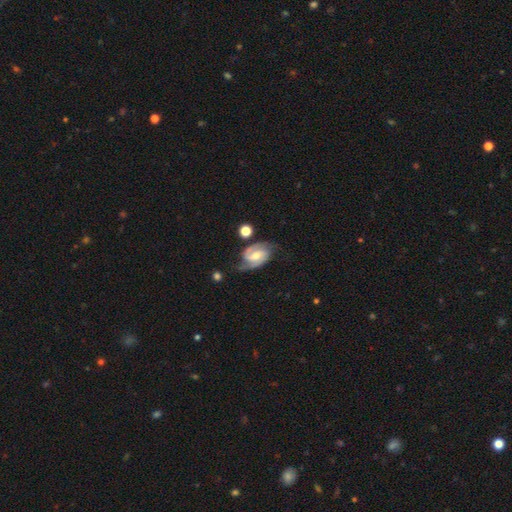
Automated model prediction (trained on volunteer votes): Smooth or featured?
  - featured or disk: 87% *
  - smooth: 8%
  - star or artifact: 5%
Edge-on disk?
  - no: 97% *
  - yes: 3%
Bar?
  - weak: 48% *
  - no: 28%
  - strong: 24%
Spiral arms?
  - yes: 98% *
  - no: 2%
Spiral winding?
  - medium: 51% *
  - tight: 36%
  - loose: 13%
Spiral arm count?
  - 2: 90% *
  - can't tell: 4%
  - 3: 3%
  - 1: 2%
  - 4: 1%
  - more than 4: 1%
Bulge size?
  - moderate: 57% *
  - small: 34%
  - large: 4%
  - none: 3%
  - dominant: 1%
Merging?
  - none: 71% *
  - minor disturbance: 18%
  - major disturbance: 7%
  - merger: 4%